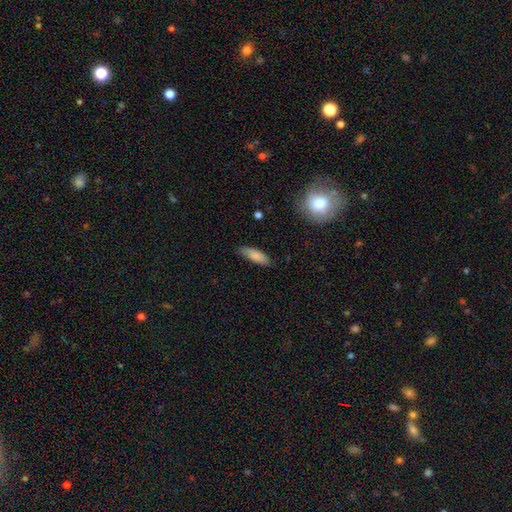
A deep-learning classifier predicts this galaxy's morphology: Smooth or featured: smooth — 83% (featured or disk — 10%)
How rounded: in between — 59% (cigar-shaped — 39%)
Merging: none — 73% (minor disturbance — 21%)